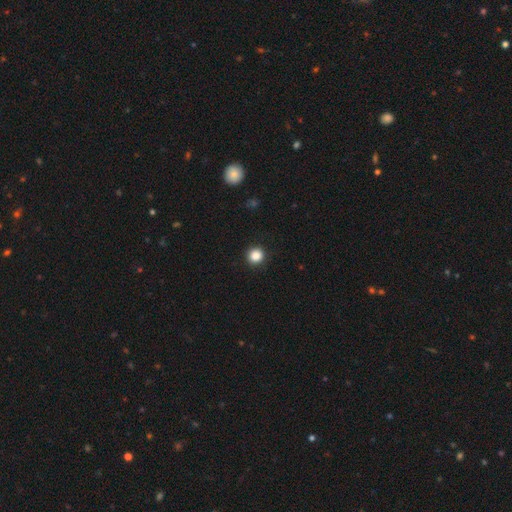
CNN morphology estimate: smooth-or-featured: smooth: 87% | star or artifact: 11% | featured or disk: 3%
  how-rounded: round: 93% | in between: 6% | cigar-shaped: 1%
  merging: none: 91% | minor disturbance: 6% | major disturbance: 2% | merger: 1%